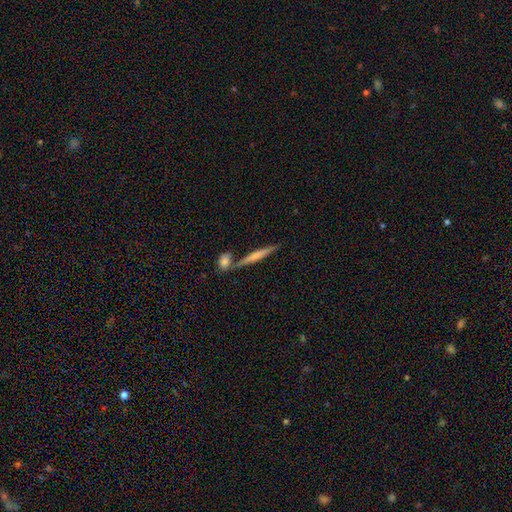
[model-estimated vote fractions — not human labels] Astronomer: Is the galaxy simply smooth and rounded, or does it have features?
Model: smooth — 48% (runner-up: featured or disk, 45%).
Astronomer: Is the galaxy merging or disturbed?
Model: none — 70%.